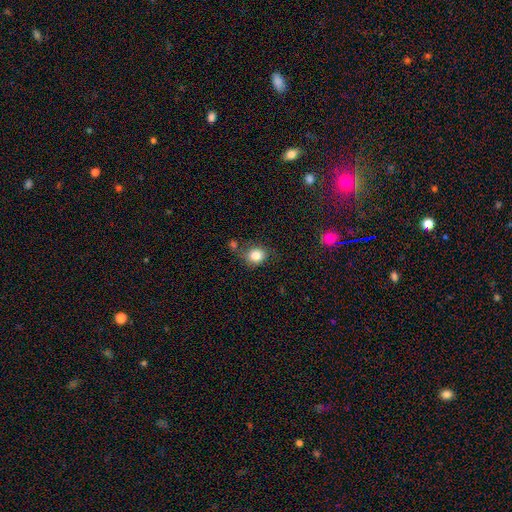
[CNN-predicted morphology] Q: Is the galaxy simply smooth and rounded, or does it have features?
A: smooth — 83%.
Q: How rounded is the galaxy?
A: round — 72%.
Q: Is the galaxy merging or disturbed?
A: none — 65%.